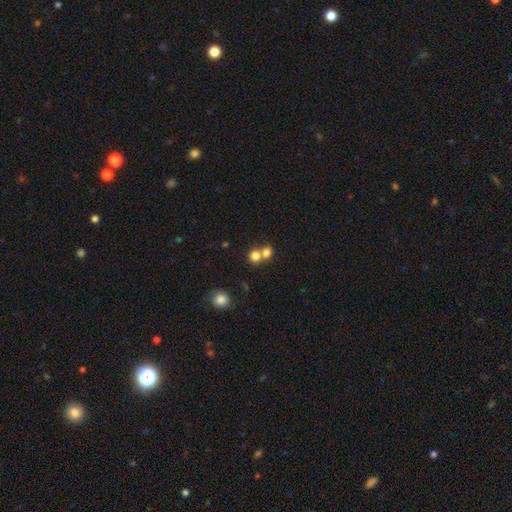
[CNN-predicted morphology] The model was most divided on "merging": merger: 50%, none: 42%, minor disturbance: 5%, major disturbance: 3%. More confident: how rounded — round (85%); smooth or featured — smooth (78%).